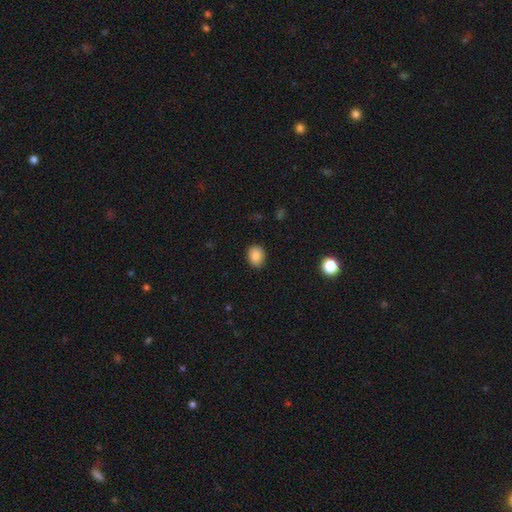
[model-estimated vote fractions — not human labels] Smooth or featured? smooth (86%)
How rounded? in between (52%)
Merging? none (86%)